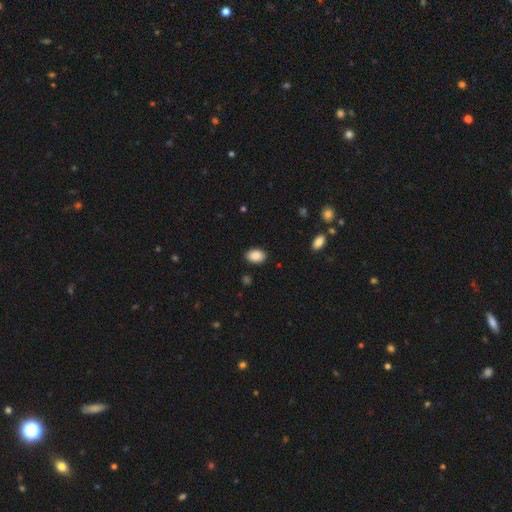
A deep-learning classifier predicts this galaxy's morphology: A smooth galaxy with no disk features (88%) that is in between round and cigar-shaped (86%). Merging: none (88%).